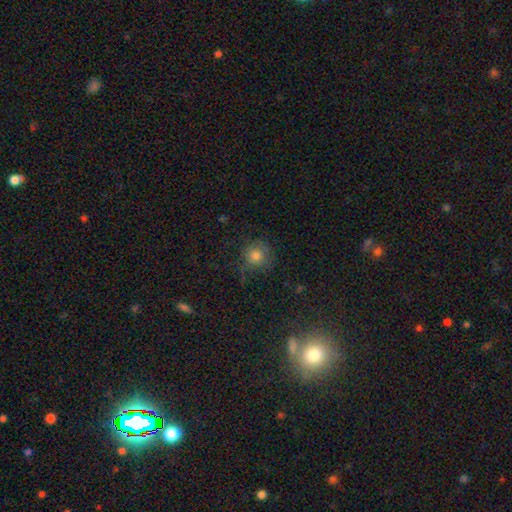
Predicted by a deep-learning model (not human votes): Smooth or featured? smooth (77%)
How rounded? round (91%)
Merging? none (74%)